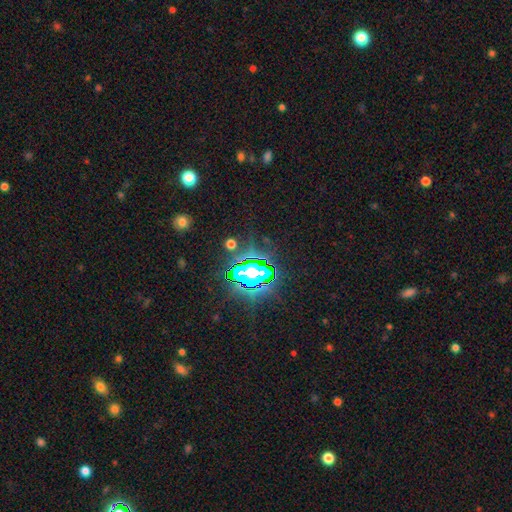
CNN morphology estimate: Smooth or featured? star or artifact (81%)